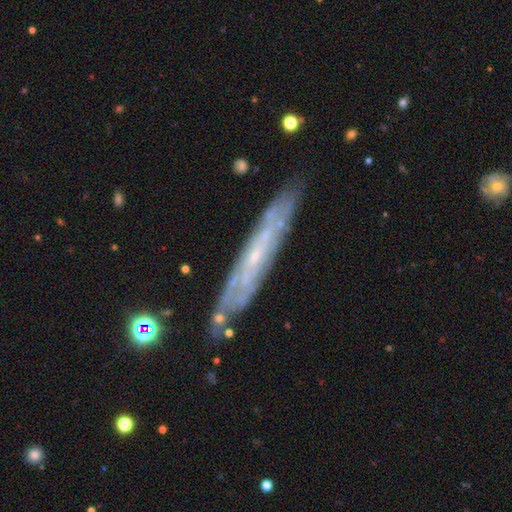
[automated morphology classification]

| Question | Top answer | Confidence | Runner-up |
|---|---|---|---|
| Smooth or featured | featured or disk | 75% | smooth (18%) |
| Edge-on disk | yes | 59% | no (41%) |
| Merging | none | 82% | minor disturbance (13%) |